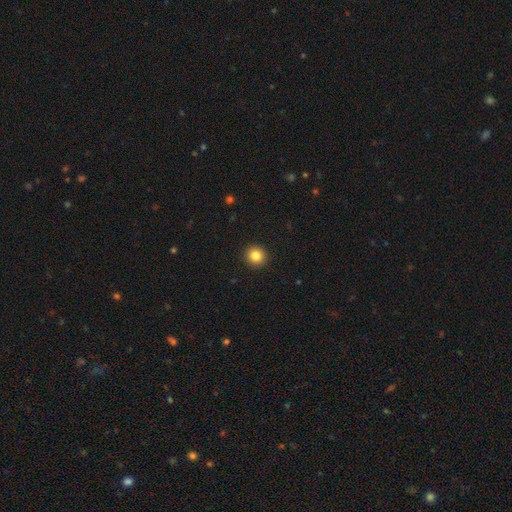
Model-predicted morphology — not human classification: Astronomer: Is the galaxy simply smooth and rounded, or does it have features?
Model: smooth — 84%.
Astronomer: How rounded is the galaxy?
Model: round — 94%.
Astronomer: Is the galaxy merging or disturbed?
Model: none — 93%.